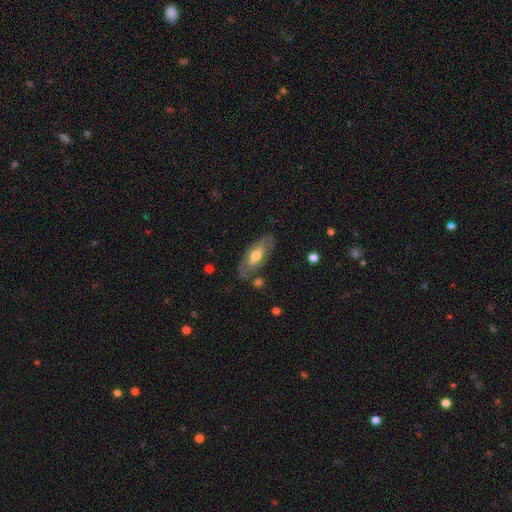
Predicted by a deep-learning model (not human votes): featured or disk 53%, smooth 42%, star or artifact 6%. Down the decision tree: edge-on disk — no (77%); merging — none (71%).